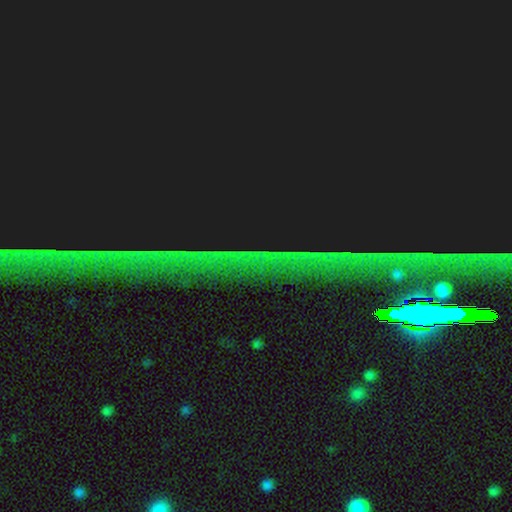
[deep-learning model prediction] star or artifact 83%, smooth 9%, featured or disk 8%.